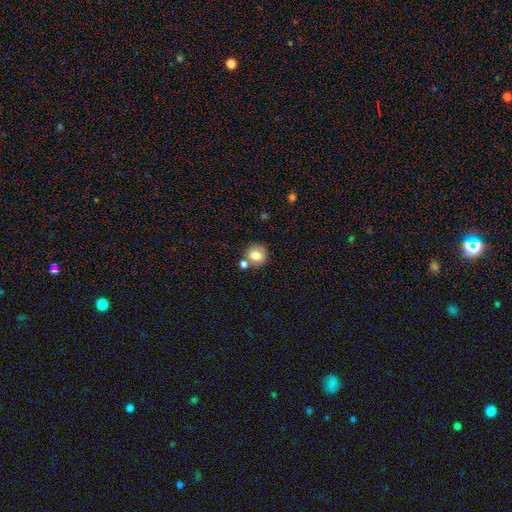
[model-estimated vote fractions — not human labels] A smooth galaxy with no disk features (74%) that is round (74%). Merging: none (62%).